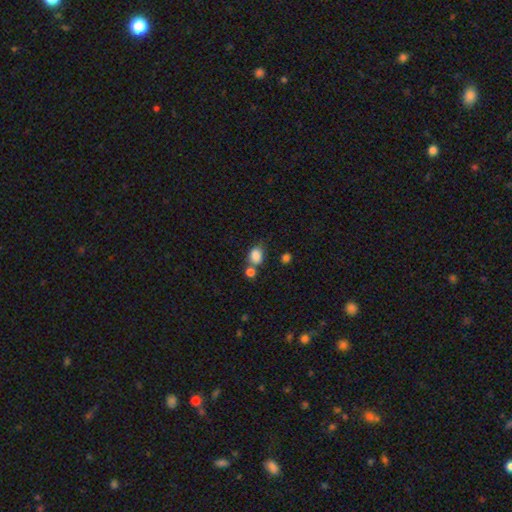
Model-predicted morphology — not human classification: A smooth galaxy with no disk features (84%) that is in between round and cigar-shaped (63%).

Vote fractions:
- Smooth or featured? smooth: 84% / star or artifact: 10% / featured or disk: 6%
- How rounded? in between: 63% / round: 35% / cigar-shaped: 1%
- Merging? none: 49% / merger: 28% / minor disturbance: 16% / major disturbance: 6%